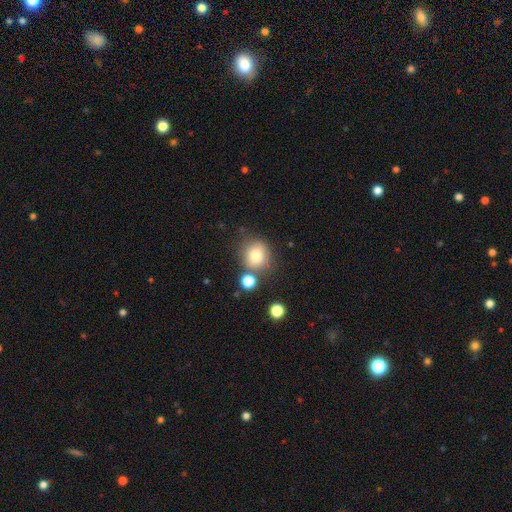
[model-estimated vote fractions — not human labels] A smooth galaxy with no disk features (79%) that is round (84%).

Vote fractions:
- Smooth or featured? smooth: 79% / star or artifact: 11% / featured or disk: 10%
- How rounded? round: 84% / in between: 15% / cigar-shaped: 1%
- Merging? none: 69% / minor disturbance: 14% / merger: 13% / major disturbance: 5%